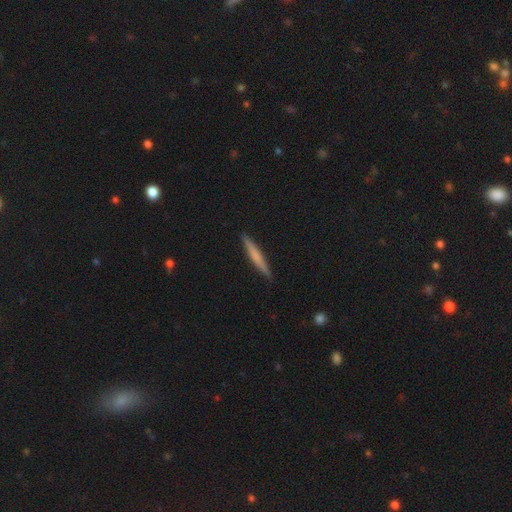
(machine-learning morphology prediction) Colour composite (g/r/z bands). It shows a smooth galaxy with no disk features (59%) that is cigar-shaped (95%). Merging: none (91%).